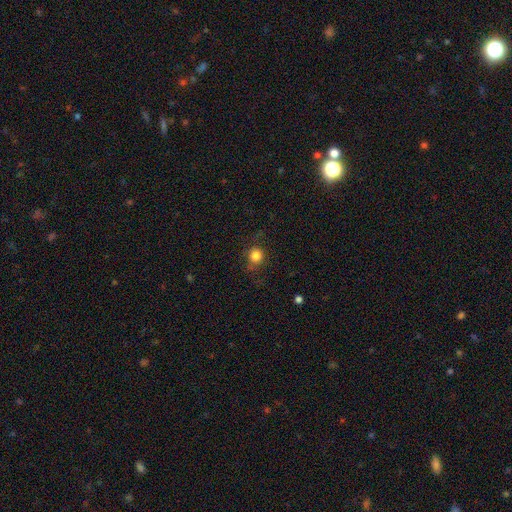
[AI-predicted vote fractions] Q: Smooth or featured?
A: smooth (82%); runner-up: star or artifact (12%)
Q: How rounded?
A: round (89%); runner-up: in between (10%)
Q: Merging?
A: none (80%); runner-up: minor disturbance (13%)